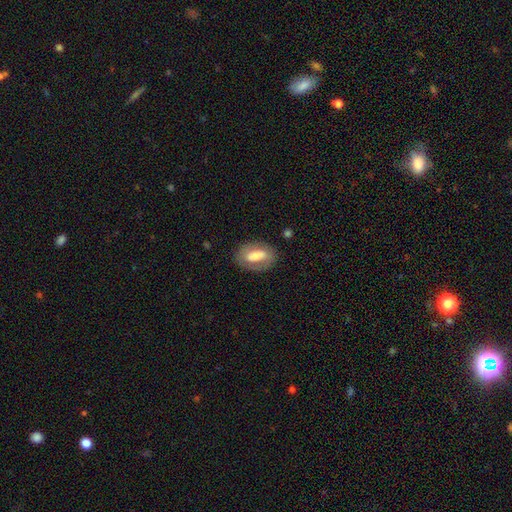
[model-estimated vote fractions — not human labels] This appears to be a smooth galaxy with no disk features (51%) that is in between round and cigar-shaped (86%). Merging: none (78%).